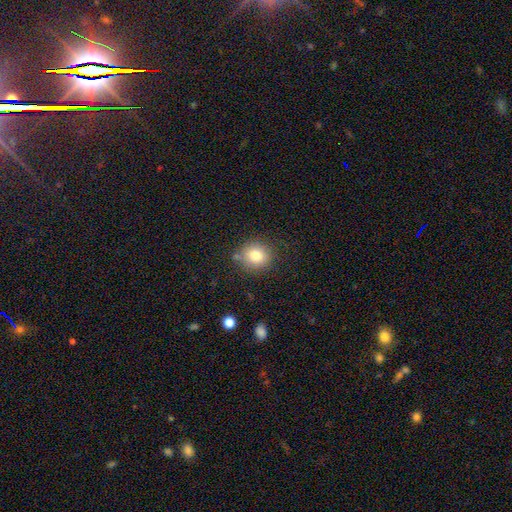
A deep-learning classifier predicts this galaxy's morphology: Smooth or featured? smooth (80%)
How rounded? round (83%)
Merging? none (79%)